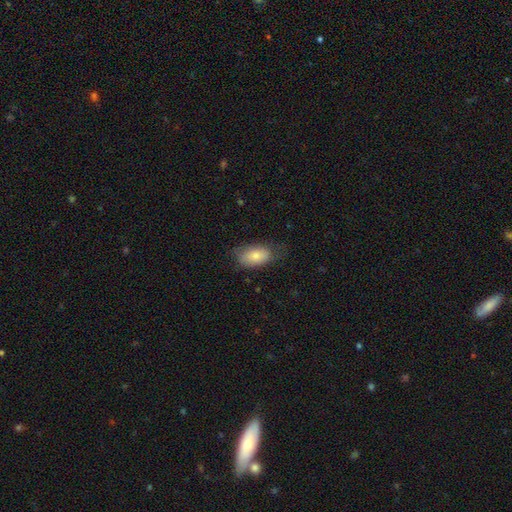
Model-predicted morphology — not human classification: This appears to be a smooth galaxy with no disk features (79%) that is in between round and cigar-shaped (93%). Merging: none (65%).